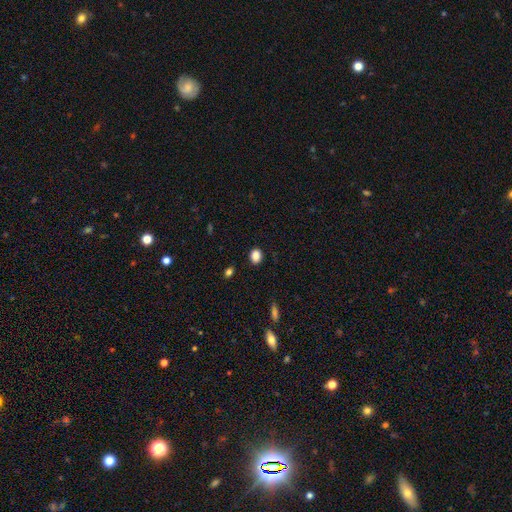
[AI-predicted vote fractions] This is clearly a smooth galaxy (87%). How rounded: possibly in between (52%). Merging: clearly none (89%).